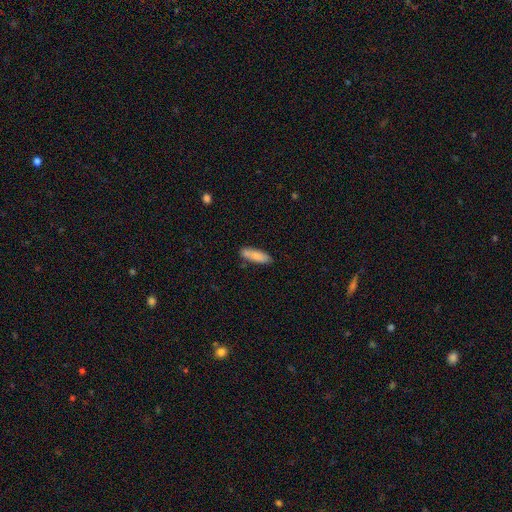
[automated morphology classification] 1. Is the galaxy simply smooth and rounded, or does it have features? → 81% smooth, 13% featured or disk, 6% star or artifact.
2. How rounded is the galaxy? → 50% cigar-shaped, 49% in between, 2% round.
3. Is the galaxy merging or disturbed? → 74% none, 16% minor disturbance, 7% merger, 3% major disturbance.